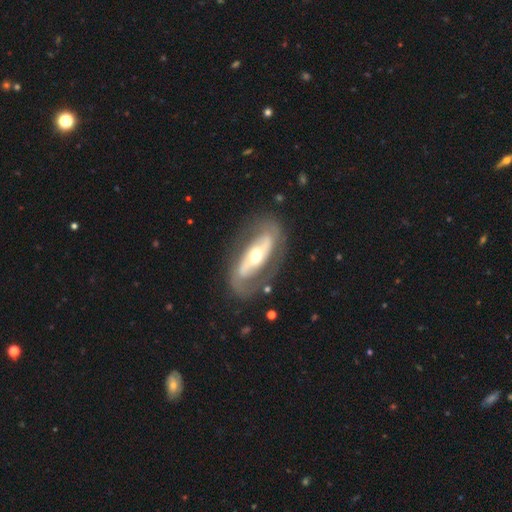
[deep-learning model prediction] A featured or disk galaxy (82%) with a strong bar (45%), 2 (85%) medium (42%) spiral arms (75%) and a moderate central bulge (68%). Merging: none (76%).